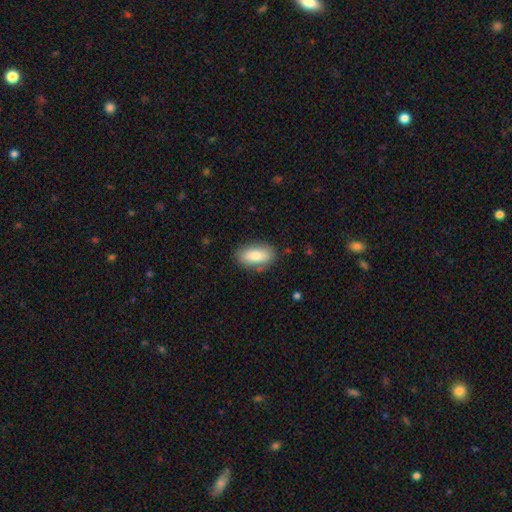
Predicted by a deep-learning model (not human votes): Smooth or featured?
  - smooth: 78% *
  - featured or disk: 16%
  - star or artifact: 7%
How rounded?
  - in between: 88% *
  - cigar-shaped: 7%
  - round: 4%
Merging?
  - none: 81% *
  - minor disturbance: 14%
  - major disturbance: 3%
  - merger: 2%